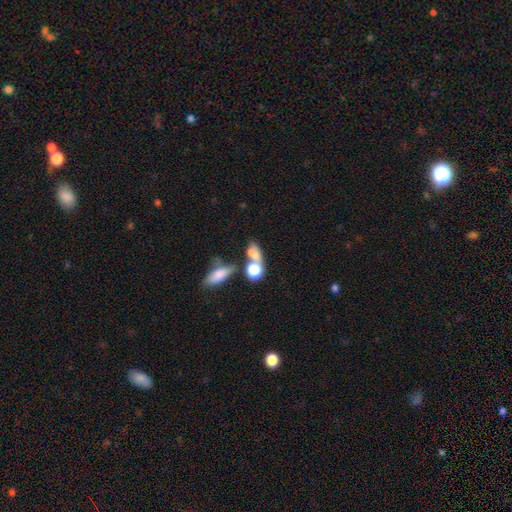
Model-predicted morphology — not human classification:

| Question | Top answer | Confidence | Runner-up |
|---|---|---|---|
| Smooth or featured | smooth | 68% | featured or disk (17%) |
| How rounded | in between | 57% | round (31%) |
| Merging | merger | 44% | none (34%) |